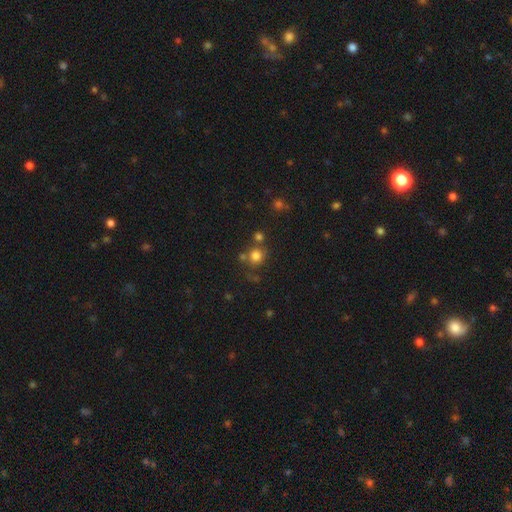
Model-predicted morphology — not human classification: Smooth or featured? Predicted: smooth (p=0.77). How rounded? Predicted: round (p=0.88). Merging? Predicted: none (p=0.68).